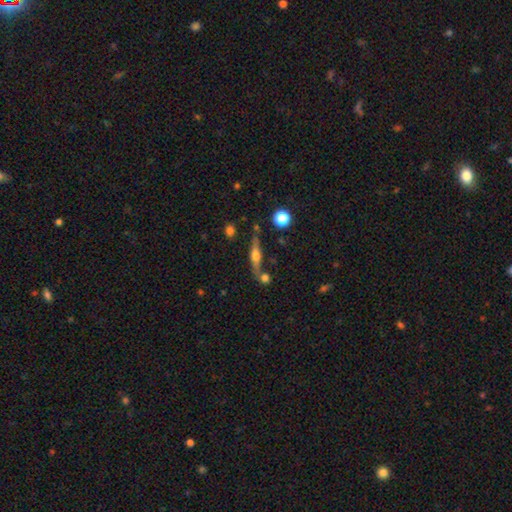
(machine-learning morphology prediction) type=featured or disk (63%); edge-on=yes (93%); edge-on bulge=rounded (91%); merging=none (66%).